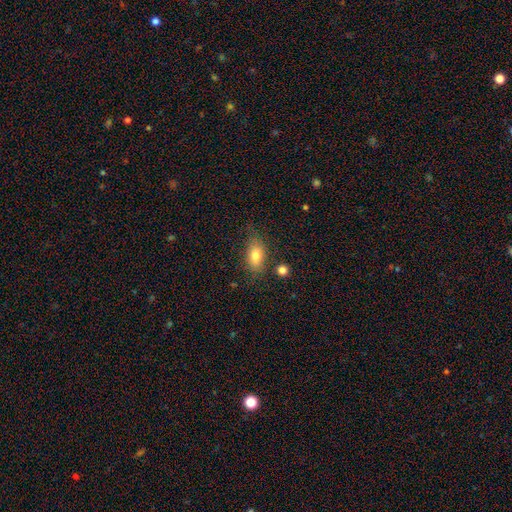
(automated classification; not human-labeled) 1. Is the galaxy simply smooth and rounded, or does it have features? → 79% smooth, 13% featured or disk, 9% star or artifact.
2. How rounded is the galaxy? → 86% in between, 9% round, 6% cigar-shaped.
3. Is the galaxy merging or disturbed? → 71% none, 19% minor disturbance, 6% major disturbance, 5% merger.